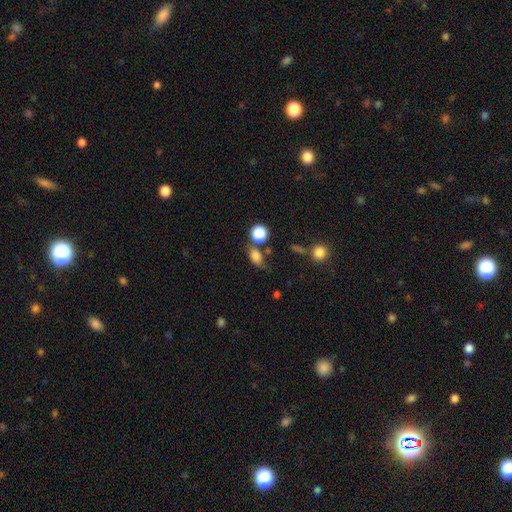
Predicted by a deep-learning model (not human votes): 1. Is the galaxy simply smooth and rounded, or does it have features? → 79% smooth, 12% star or artifact, 9% featured or disk.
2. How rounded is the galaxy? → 73% in between, 23% round, 4% cigar-shaped.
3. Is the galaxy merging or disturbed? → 59% none, 19% minor disturbance, 15% merger, 7% major disturbance.